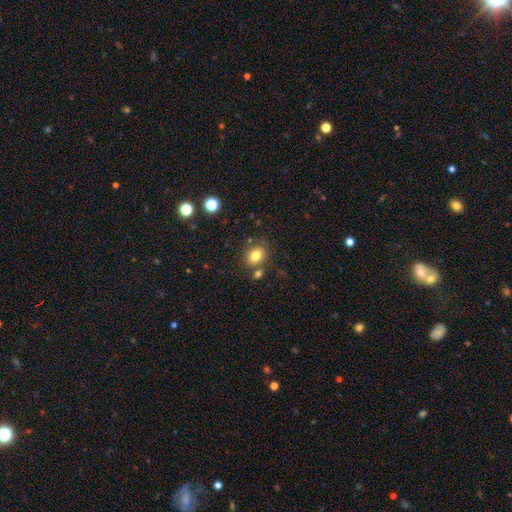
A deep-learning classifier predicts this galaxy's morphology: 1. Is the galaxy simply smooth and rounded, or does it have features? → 79% smooth, 11% star or artifact, 10% featured or disk.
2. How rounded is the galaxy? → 55% in between, 44% round, 1% cigar-shaped.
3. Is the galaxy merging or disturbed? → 71% none, 13% minor disturbance, 12% merger, 4% major disturbance.